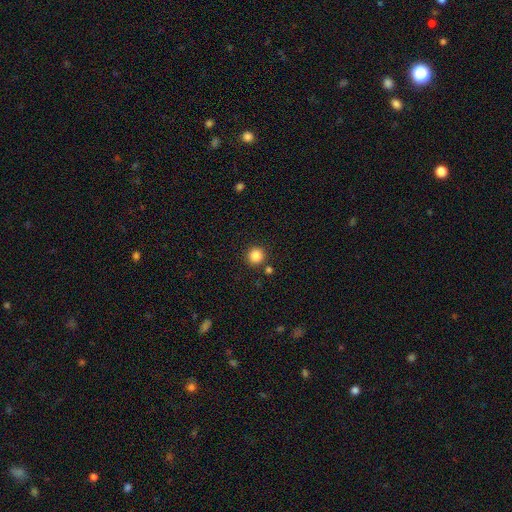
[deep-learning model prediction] Smooth or featured?
  - smooth: 85% *
  - star or artifact: 11%
  - featured or disk: 4%
How rounded?
  - round: 95% *
  - in between: 5%
  - cigar-shaped: 1%
Merging?
  - none: 88% *
  - minor disturbance: 6%
  - merger: 4%
  - major disturbance: 2%